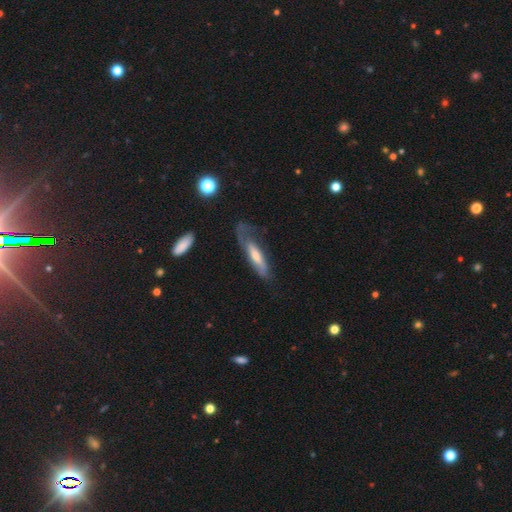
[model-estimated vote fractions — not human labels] Q: Smooth or featured?
A: featured or disk (58%); runner-up: smooth (34%)
Q: Edge-on disk?
A: no (53%); runner-up: yes (47%)
Q: Merging?
A: none (49%); runner-up: minor disturbance (26%)